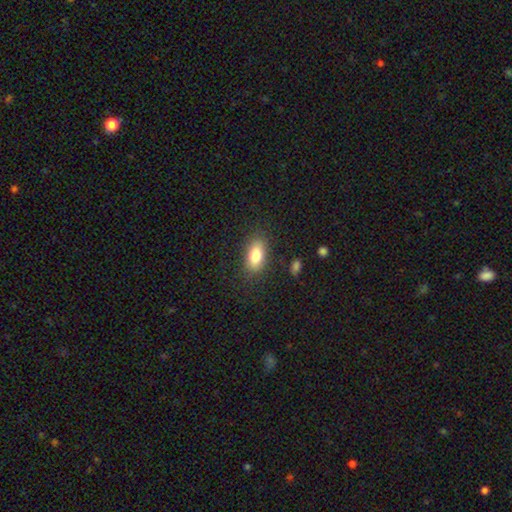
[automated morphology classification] Overall: smooth (81%). How rounded: in between (86%). Merging: none (84%).